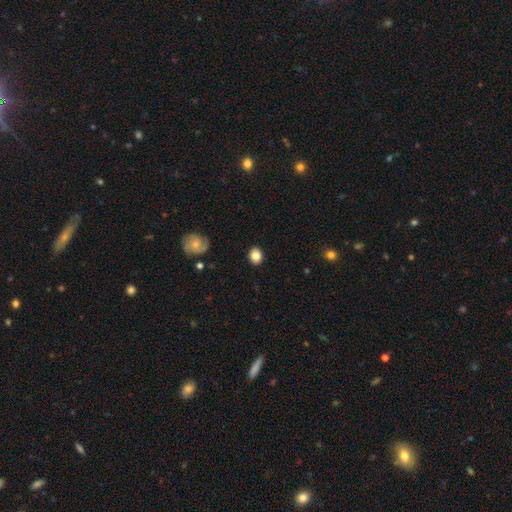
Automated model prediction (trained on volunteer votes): smooth 83%, star or artifact 9%, featured or disk 8%. Down the decision tree: how rounded — round (52%); merging — none (88%).